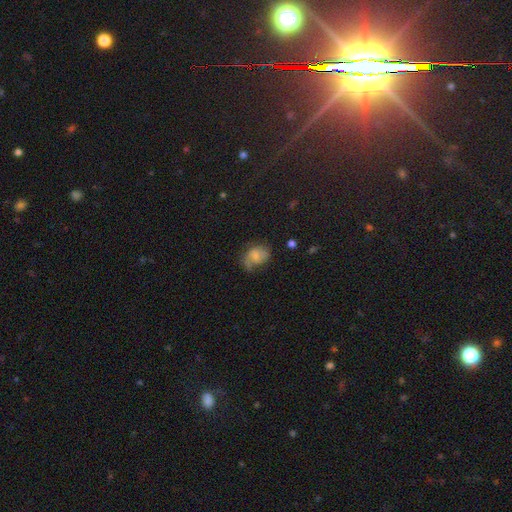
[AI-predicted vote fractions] This is possibly a featured or disk galaxy (48%). Merging: marginally none (44%).